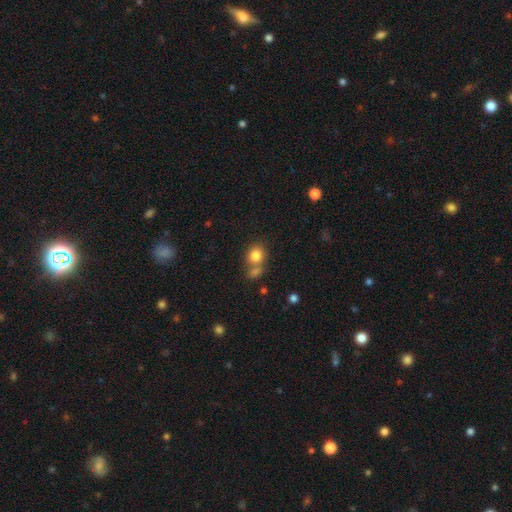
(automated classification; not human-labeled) A smooth galaxy with no disk features (82%) that is round (69%).

Vote fractions:
- Smooth or featured? smooth: 82% / star or artifact: 10% / featured or disk: 8%
- How rounded? round: 69% / in between: 30% / cigar-shaped: 1%
- Merging? none: 49% / merger: 36% / minor disturbance: 11% / major disturbance: 4%